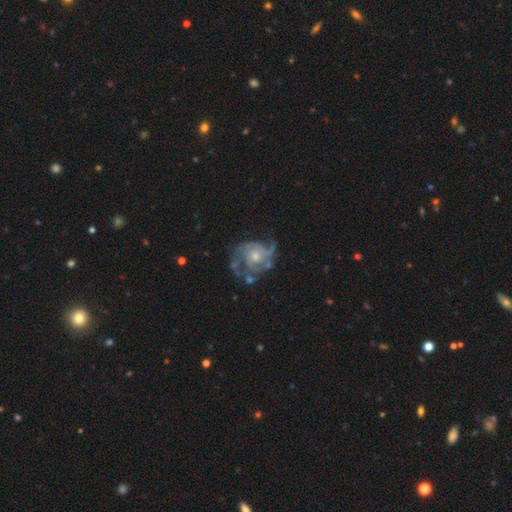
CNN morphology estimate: smooth_or_featured: featured or disk (p=0.86) [alt: smooth p=0.08]
disk_edge_on: no (p=0.98) [alt: yes p=0.02]
bar: no (p=0.77) [alt: weak p=0.19]
has_spiral_arms: yes (p=0.93) [alt: no p=0.07]
spiral_winding: tight (p=0.43) [alt: medium p=0.41]
spiral_arm_count: 3 (p=0.31) [alt: can't tell p=0.24]
bulge_size: moderate (p=0.54) [alt: small p=0.39]
merging: none (p=0.53) [alt: minor disturbance p=0.22]